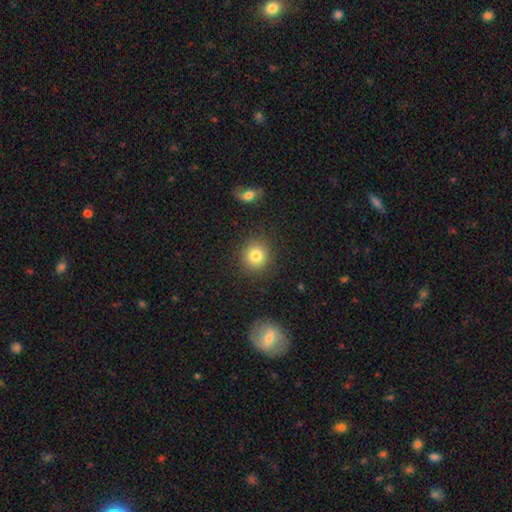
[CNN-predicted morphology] Q: Smooth or featured?
A: smooth (81%); runner-up: star or artifact (11%)
Q: How rounded?
A: round (89%); runner-up: in between (10%)
Q: Merging?
A: none (88%); runner-up: minor disturbance (7%)